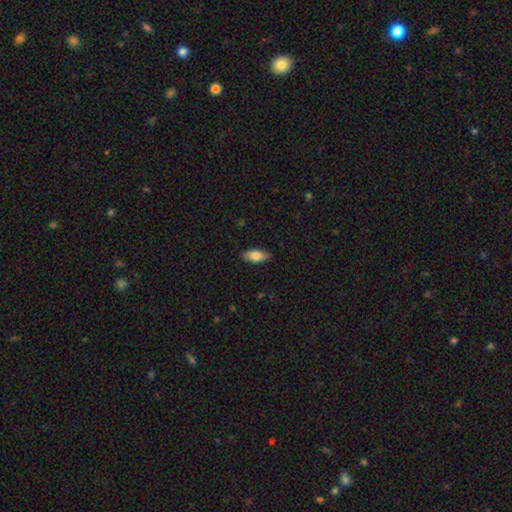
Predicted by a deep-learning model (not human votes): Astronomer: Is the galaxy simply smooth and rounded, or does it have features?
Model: smooth — 80%.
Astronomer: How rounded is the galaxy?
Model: in between — 86%.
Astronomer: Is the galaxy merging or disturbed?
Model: none — 83%.